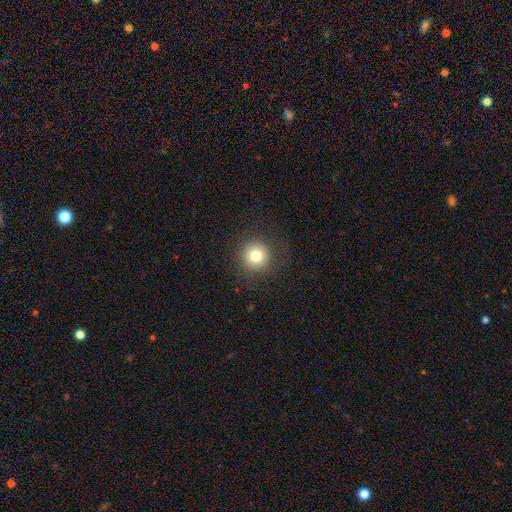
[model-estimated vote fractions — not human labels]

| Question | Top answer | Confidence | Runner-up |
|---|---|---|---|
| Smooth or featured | smooth | 78% | star or artifact (13%) |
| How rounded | round | 95% | in between (4%) |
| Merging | none | 88% | minor disturbance (7%) |